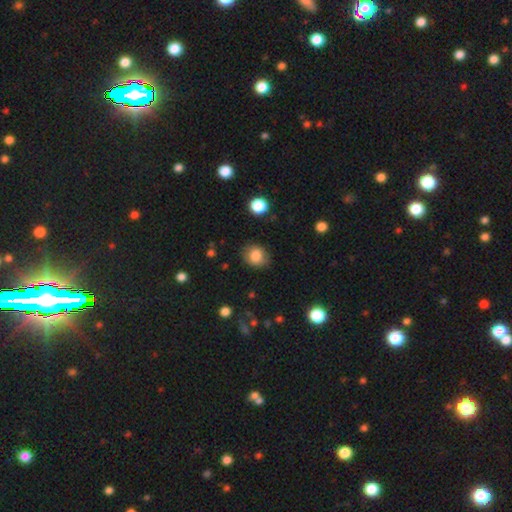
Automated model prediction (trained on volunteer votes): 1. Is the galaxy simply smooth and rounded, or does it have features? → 82% smooth, 9% star or artifact, 9% featured or disk.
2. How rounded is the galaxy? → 70% round, 30% in between, 1% cigar-shaped.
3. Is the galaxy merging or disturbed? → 76% none, 17% minor disturbance, 5% major disturbance, 1% merger.